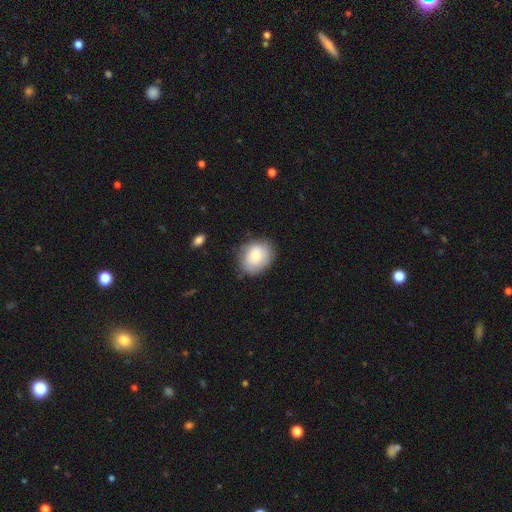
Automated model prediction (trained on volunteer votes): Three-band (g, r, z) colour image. It shows a smooth galaxy with no disk features (71%) that is round (52%). Merging: none (77%).